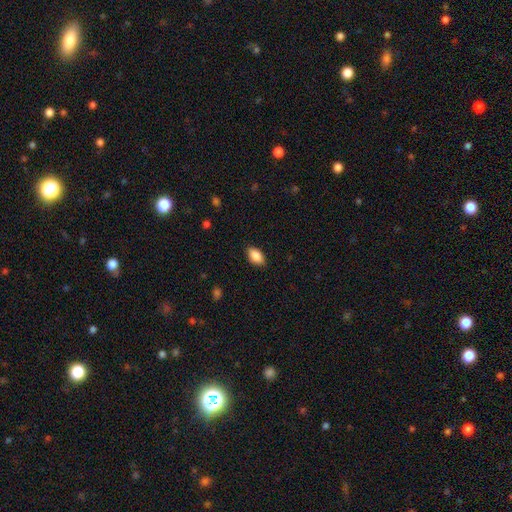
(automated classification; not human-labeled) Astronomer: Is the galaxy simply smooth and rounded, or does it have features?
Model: smooth — 88%.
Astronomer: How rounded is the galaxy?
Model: in between — 92%.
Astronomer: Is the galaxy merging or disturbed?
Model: none — 86%.